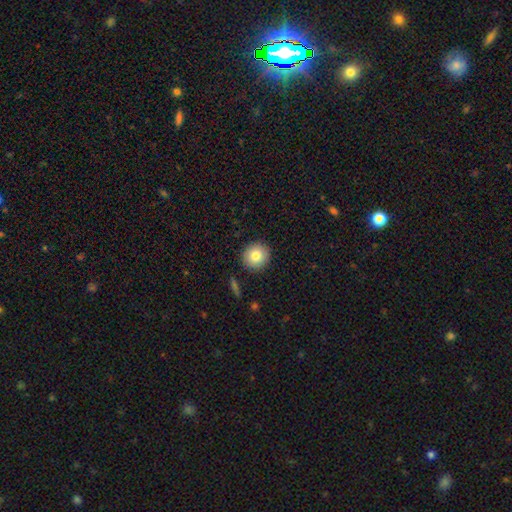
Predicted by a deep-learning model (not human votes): A smooth galaxy with no disk features (81%) that is round (92%). Merging: none (90%).